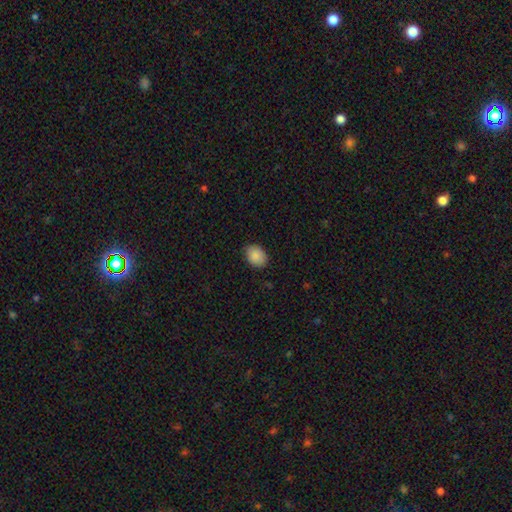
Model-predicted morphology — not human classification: This is clearly a smooth galaxy (89%). How rounded: likely in between (67%). Merging: clearly none (84%).